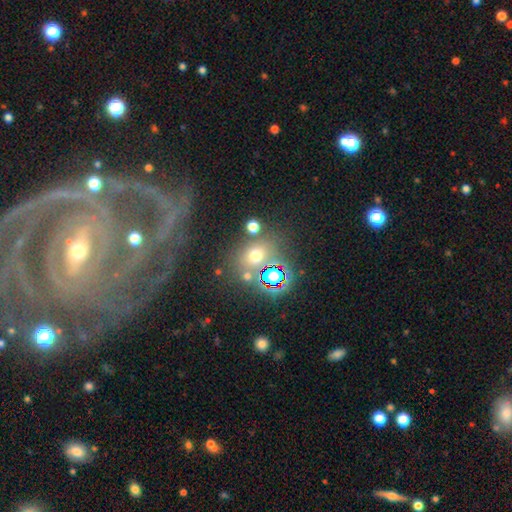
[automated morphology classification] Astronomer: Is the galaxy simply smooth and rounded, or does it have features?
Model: smooth — 58%.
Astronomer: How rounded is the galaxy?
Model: round — 59% (runner-up: in between, 39%).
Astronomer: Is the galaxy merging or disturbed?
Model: none — 68%.